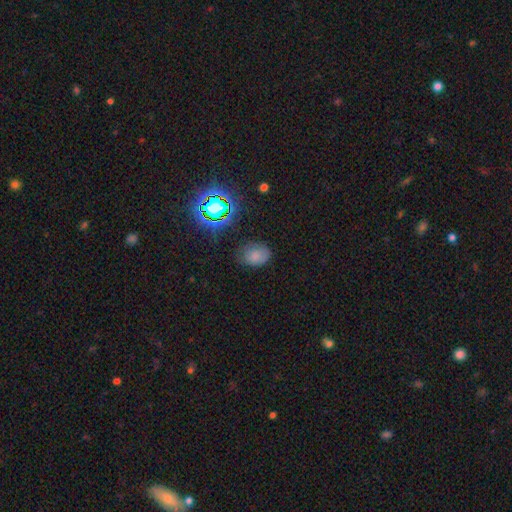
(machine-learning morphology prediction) smooth-or-featured: smooth: 71% | star or artifact: 19% | featured or disk: 10%
  how-rounded: in between: 72% | round: 27% | cigar-shaped: 1%
  merging: none: 68% | minor disturbance: 23% | major disturbance: 7% | merger: 2%